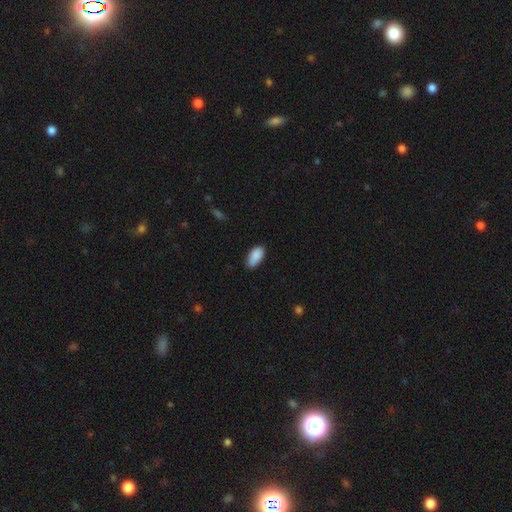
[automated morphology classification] A smooth galaxy with no disk features (89%) that is in between round and cigar-shaped (94%).

Vote fractions:
- Smooth or featured? smooth: 89% / star or artifact: 7% / featured or disk: 4%
- How rounded? in between: 94% / cigar-shaped: 4% / round: 3%
- Merging? none: 74% / minor disturbance: 21% / major disturbance: 3% / merger: 1%